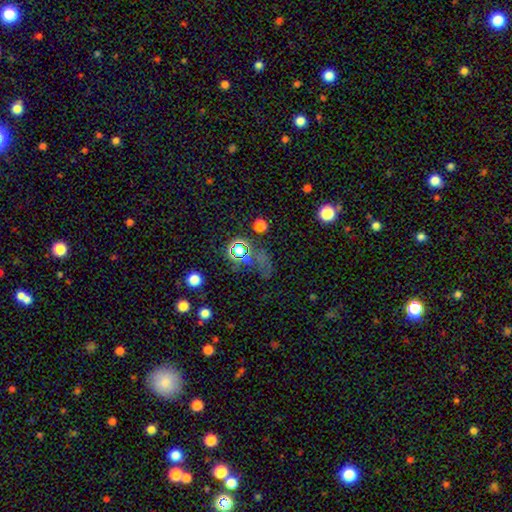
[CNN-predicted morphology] star or artifact 51%, smooth 32%, featured or disk 18%.